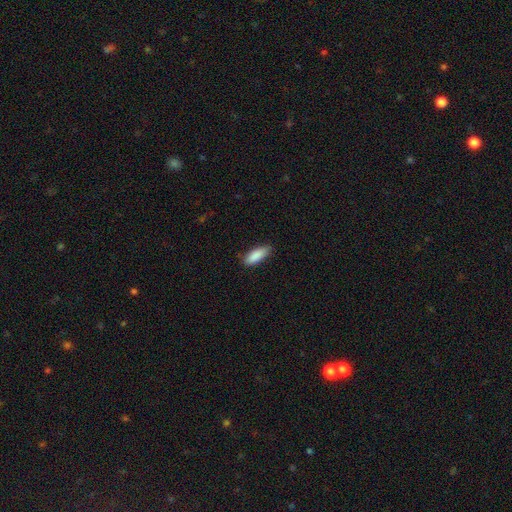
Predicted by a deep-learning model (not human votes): This is clearly a smooth galaxy (89%). How rounded: likely in between (69%). Merging: clearly none (82%).